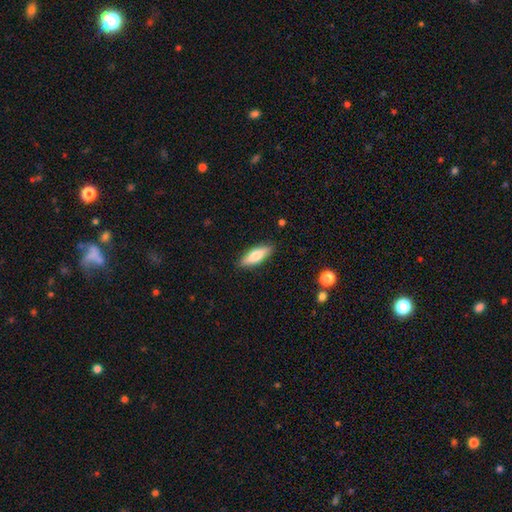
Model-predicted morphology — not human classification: A smooth galaxy with no disk features (72%) that is in between round and cigar-shaped (54%). Merging: none (87%).